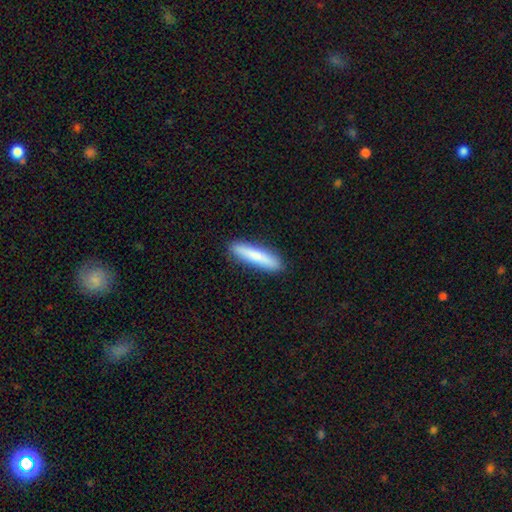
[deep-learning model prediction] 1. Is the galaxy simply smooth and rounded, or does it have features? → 76% smooth, 17% featured or disk, 7% star or artifact.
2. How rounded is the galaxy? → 90% cigar-shaped, 9% in between, 1% round.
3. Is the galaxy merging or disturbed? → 90% none, 7% minor disturbance, 2% major disturbance, 1% merger.